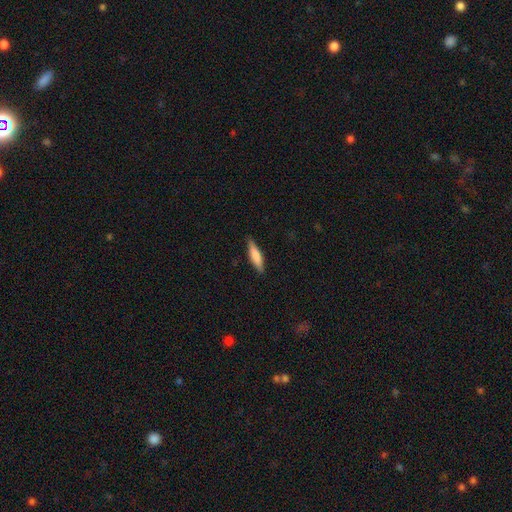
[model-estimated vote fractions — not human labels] Overall: smooth (73%). How rounded: cigar-shaped (73%). Merging: none (85%).